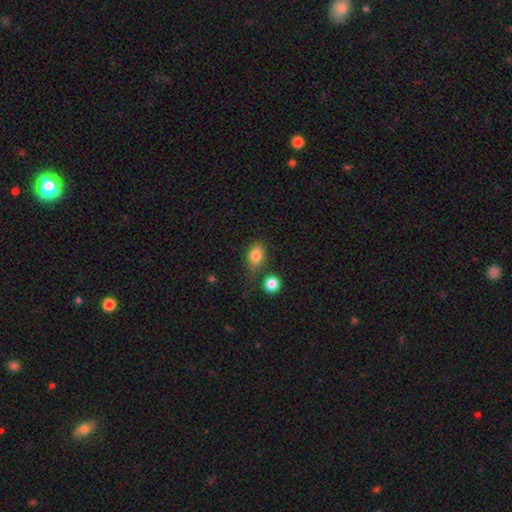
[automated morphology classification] type=smooth (82%); roundness=in between (73%); merging=none (61%).